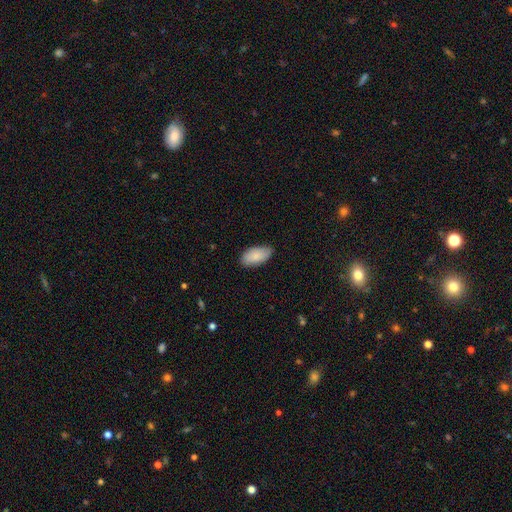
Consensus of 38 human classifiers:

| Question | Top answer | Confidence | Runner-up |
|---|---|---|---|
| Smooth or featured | smooth | 89% | featured or disk (8%) |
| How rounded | in between | 88% | round (9%) |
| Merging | none | 78% | minor disturbance (14%) |